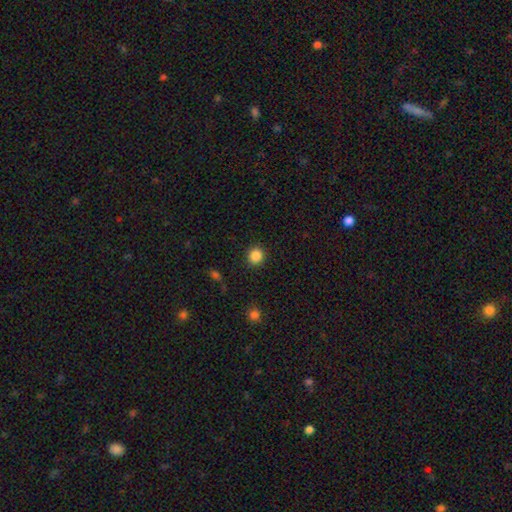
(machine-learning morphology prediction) Overall: smooth (86%). How rounded: round (90%). Merging: none (91%).